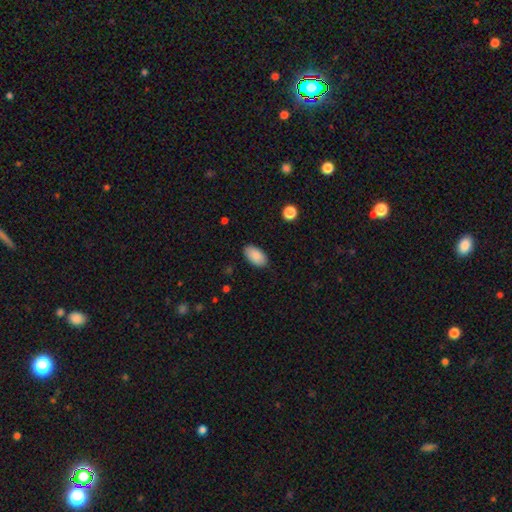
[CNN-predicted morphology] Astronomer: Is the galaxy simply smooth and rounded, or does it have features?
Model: smooth — 88%.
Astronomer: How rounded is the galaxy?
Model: in between — 95%.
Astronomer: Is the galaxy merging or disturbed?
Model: none — 87%.